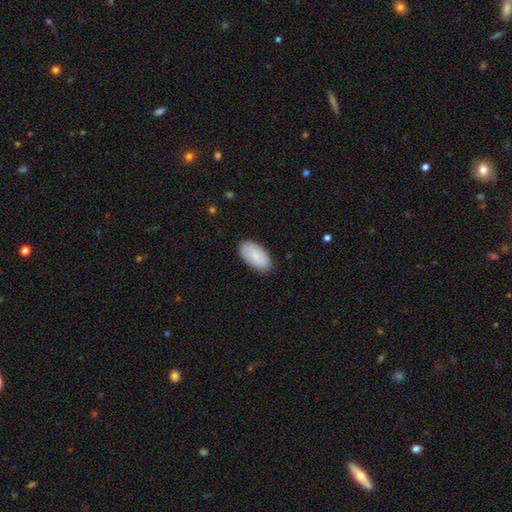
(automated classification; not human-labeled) Smooth or featured? smooth (86%)
How rounded? in between (96%)
Merging? none (87%)